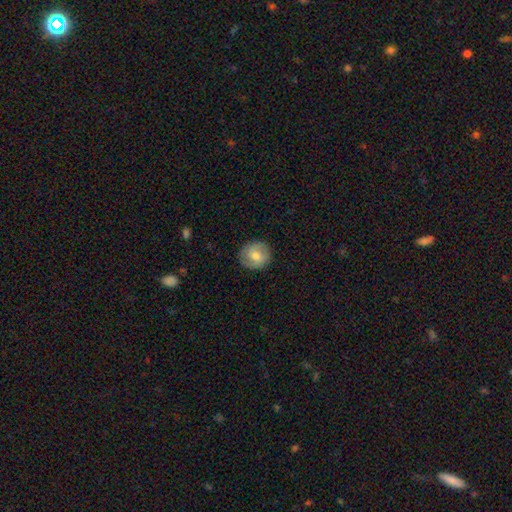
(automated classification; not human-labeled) A smooth galaxy with no disk features (60%) that is round (85%).

Vote fractions:
- Smooth or featured? smooth: 60% / featured or disk: 33% / star or artifact: 7%
- How rounded? round: 85% / in between: 14% / cigar-shaped: 1%
- Merging? none: 84% / minor disturbance: 12% / major disturbance: 3% / merger: 1%